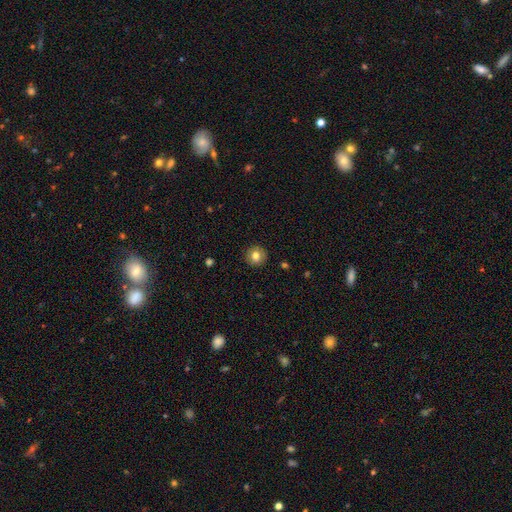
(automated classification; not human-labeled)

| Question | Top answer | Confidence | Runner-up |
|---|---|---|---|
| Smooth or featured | smooth | 80% | featured or disk (11%) |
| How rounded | round | 92% | in between (7%) |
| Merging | none | 91% | minor disturbance (6%) |